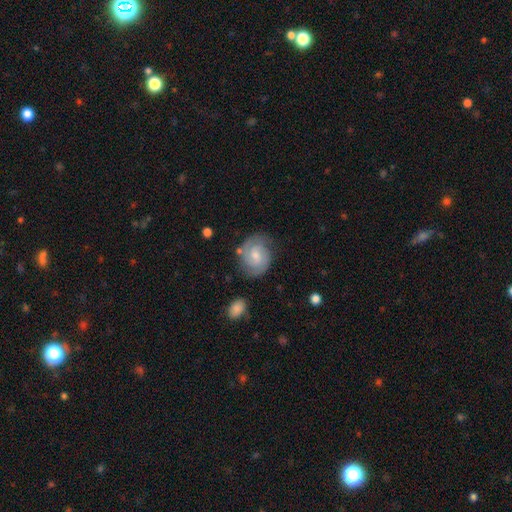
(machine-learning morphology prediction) Smooth or featured?
  - featured or disk: 63% *
  - smooth: 31%
  - star or artifact: 7%
Edge-on disk?
  - no: 97% *
  - yes: 3%
Bar?
  - no: 47% *
  - weak: 46%
  - strong: 6%
Spiral arms?
  - yes: 91% *
  - no: 9%
Spiral winding?
  - tight: 48% *
  - medium: 40%
  - loose: 12%
Spiral arm count?
  - 2: 74% *
  - can't tell: 14%
  - 3: 5%
  - 1: 4%
  - 4: 2%
  - more than 4: 1%
Bulge size?
  - moderate: 49% *
  - small: 40%
  - none: 6%
  - large: 5%
  - dominant: 1%
Merging?
  - none: 72% *
  - minor disturbance: 18%
  - major disturbance: 6%
  - merger: 3%